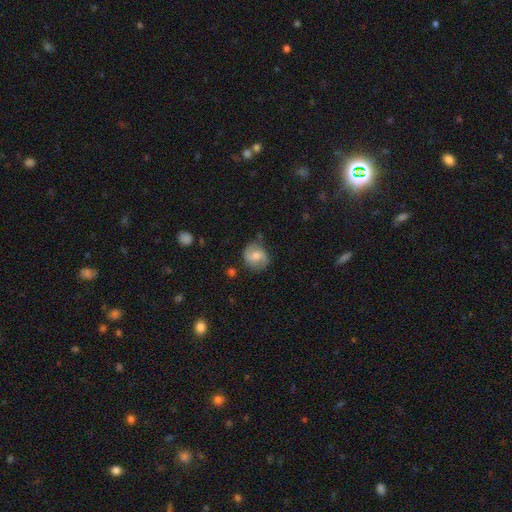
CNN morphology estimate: The model was most divided on "smooth or featured": smooth: 47%, featured or disk: 45%, star or artifact: 8%. More confident: merging — none (71%).